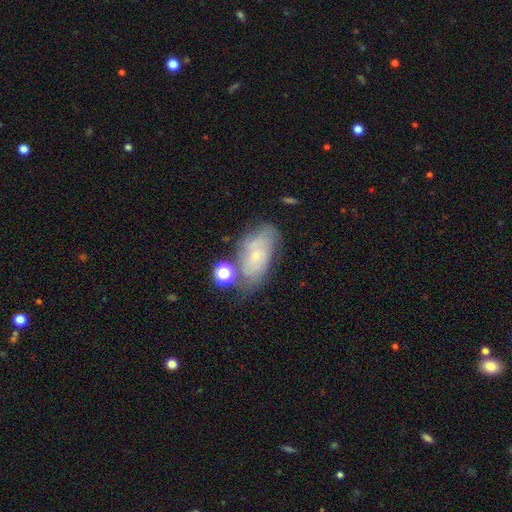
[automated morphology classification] This appears to be a featured or disk galaxy (49%). Merging: none (46%).